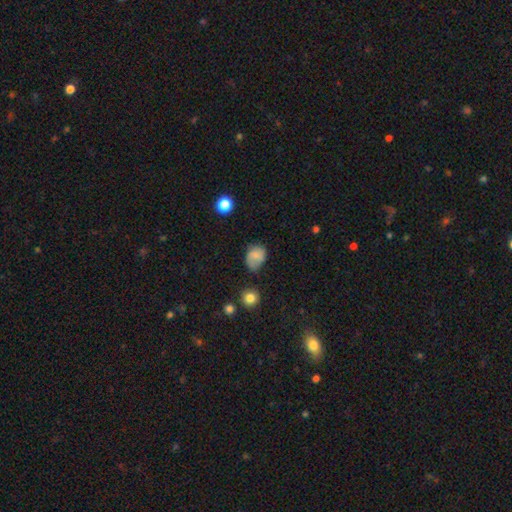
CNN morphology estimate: Smooth or featured? Predicted: smooth (p=0.76). How rounded? Predicted: in between (p=0.62). Merging? Predicted: none (p=0.54).